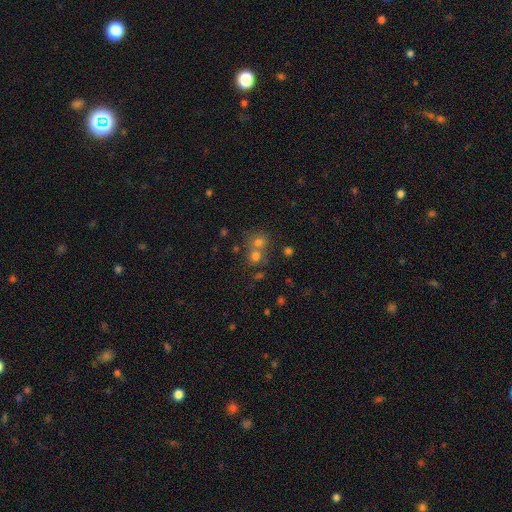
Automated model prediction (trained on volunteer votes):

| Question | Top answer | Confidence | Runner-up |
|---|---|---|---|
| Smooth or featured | smooth | 67% | star or artifact (20%) |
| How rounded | round | 79% | in between (20%) |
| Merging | merger | 48% | none (43%) |